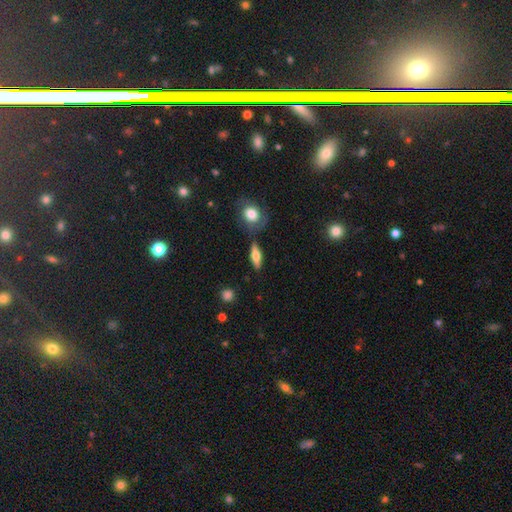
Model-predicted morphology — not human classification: A smooth galaxy with no disk features (60%) that is in between round and cigar-shaped (61%). Merging: none (75%).